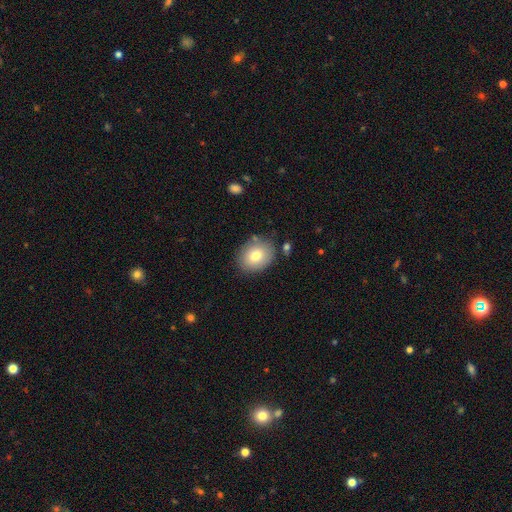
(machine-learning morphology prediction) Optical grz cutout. It shows a smooth galaxy with no disk features (77%) that is in between round and cigar-shaped (54%). Merging: none (81%).